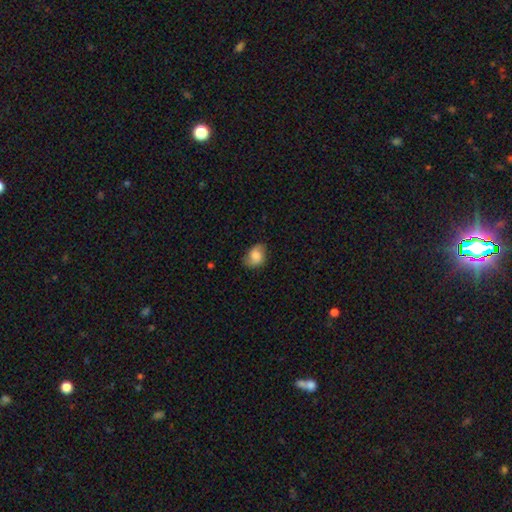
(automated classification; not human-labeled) smooth 72%, featured or disk 20%, star or artifact 8%. Down the decision tree: how rounded — in between (65%); merging — none (66%).